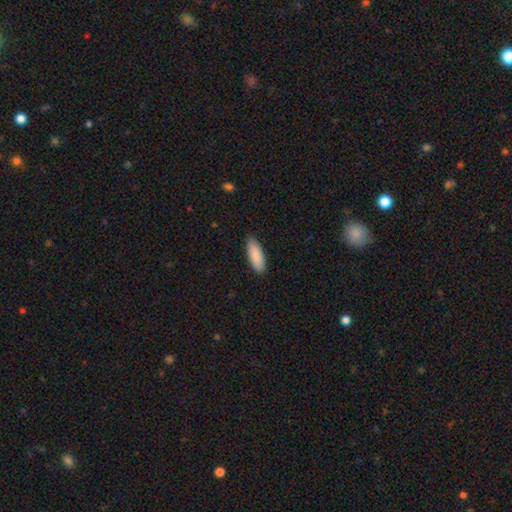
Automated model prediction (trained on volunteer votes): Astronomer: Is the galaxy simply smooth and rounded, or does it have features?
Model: smooth — 89%.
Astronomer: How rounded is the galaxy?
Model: in between — 70%.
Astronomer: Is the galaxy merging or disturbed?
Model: none — 87%.